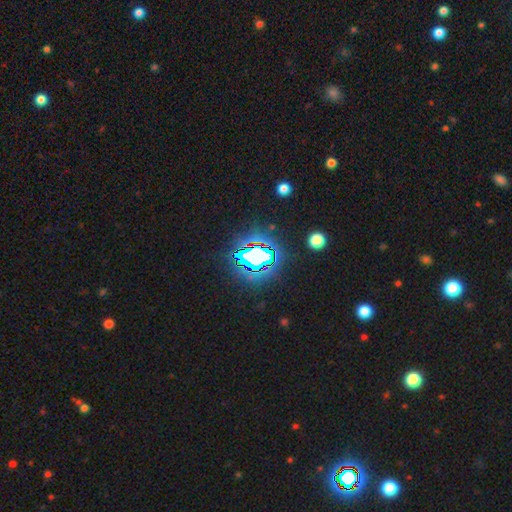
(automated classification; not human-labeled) Smooth or featured? star or artifact (72%)